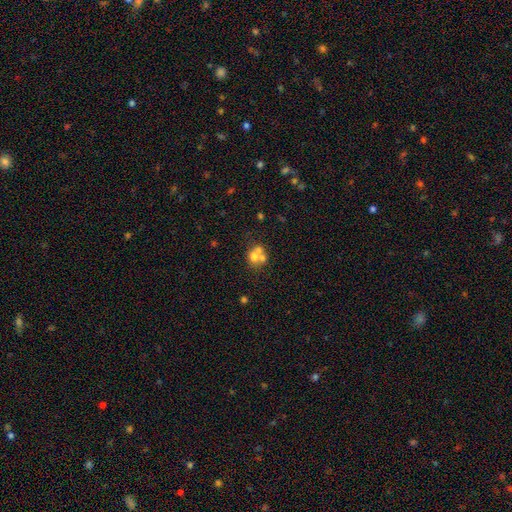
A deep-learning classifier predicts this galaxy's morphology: Smooth or featured?
  - smooth: 60% *
  - featured or disk: 26%
  - star or artifact: 14%
How rounded?
  - round: 71% *
  - in between: 29%
  - cigar-shaped: 1%
Merging?
  - merger: 56% *
  - none: 32%
  - minor disturbance: 7%
  - major disturbance: 5%